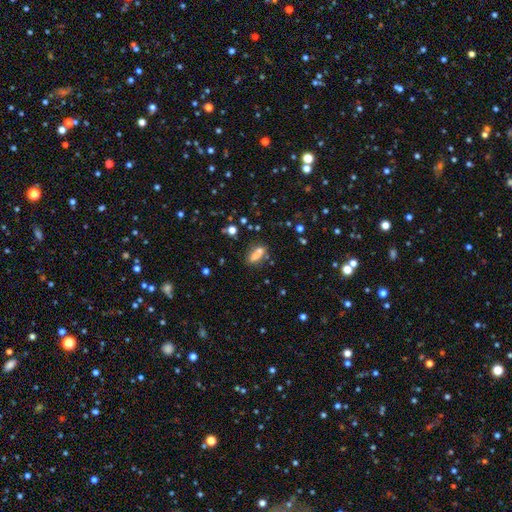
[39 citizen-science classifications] smooth_or_featured: smooth (p=0.87) [alt: featured or disk p=0.08]
how_rounded: in between (p=0.62) [alt: cigar-shaped p=0.32]
merging: none (p=0.73) [alt: minor disturbance p=0.16]